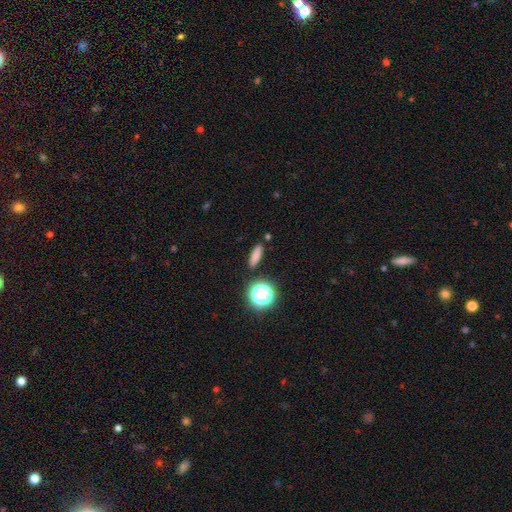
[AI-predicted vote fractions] Q: Smooth or featured?
A: smooth (77%); runner-up: star or artifact (15%)
Q: How rounded?
A: cigar-shaped (55%); runner-up: in between (34%)
Q: Merging?
A: none (88%); runner-up: minor disturbance (7%)